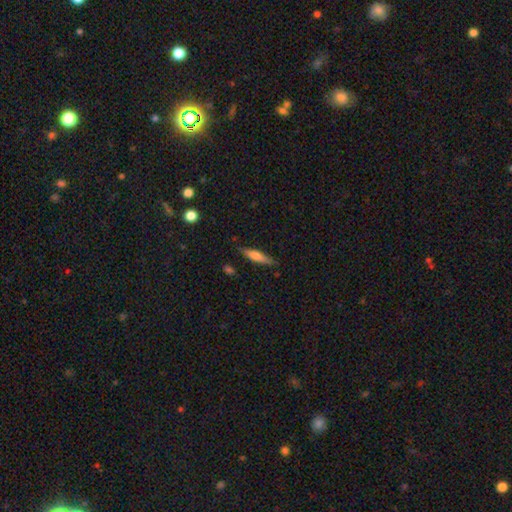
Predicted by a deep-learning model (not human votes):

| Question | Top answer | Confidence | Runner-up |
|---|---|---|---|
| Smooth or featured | smooth | 60% | featured or disk (33%) |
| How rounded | cigar-shaped | 81% | in between (17%) |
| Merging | none | 83% | minor disturbance (13%) |